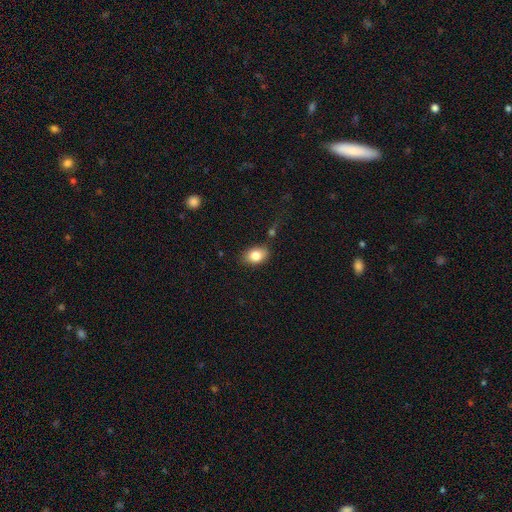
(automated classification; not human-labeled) A smooth galaxy with no disk features (82%) that is in between round and cigar-shaped (79%).

Vote fractions:
- Smooth or featured? smooth: 82% / featured or disk: 9% / star or artifact: 8%
- How rounded? in between: 79% / round: 20% / cigar-shaped: 1%
- Merging? none: 79% / minor disturbance: 14% / merger: 4% / major disturbance: 3%